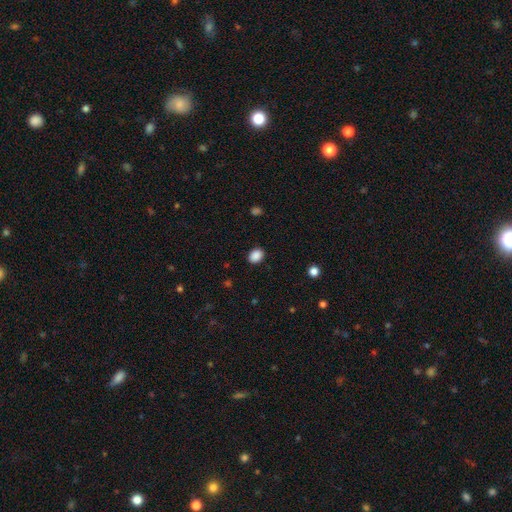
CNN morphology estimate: Q: Smooth or featured?
A: smooth (88%); runner-up: star or artifact (9%)
Q: How rounded?
A: in between (55%); runner-up: round (44%)
Q: Merging?
A: none (89%); runner-up: minor disturbance (8%)